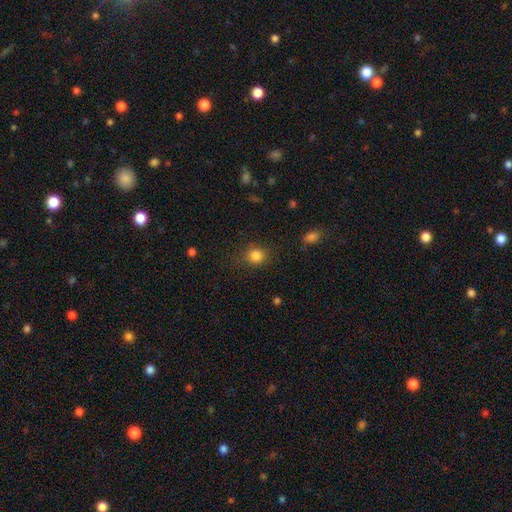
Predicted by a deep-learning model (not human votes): A smooth galaxy with no disk features (83%) that is round (76%). Merging: none (81%).